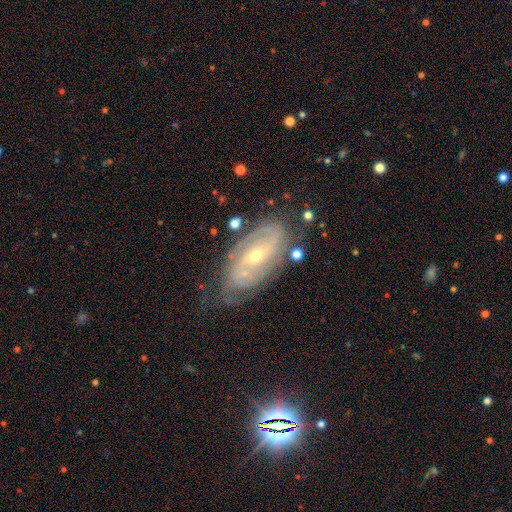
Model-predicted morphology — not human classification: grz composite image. It shows a featured or disk galaxy (84%) with no bar (52%), 2 (40%) tight (68%) spiral arms (92%) and a small central bulge (55%). Merging: none (64%).